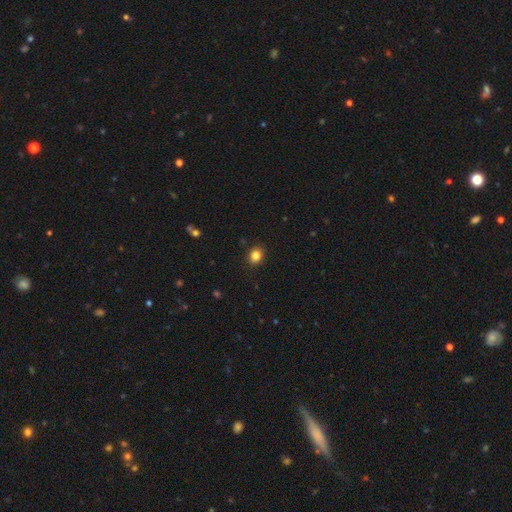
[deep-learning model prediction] smooth-or-featured: smooth: 84% | star or artifact: 11% | featured or disk: 6%
  how-rounded: round: 56% | in between: 43% | cigar-shaped: 1%
  merging: none: 89% | minor disturbance: 8% | major disturbance: 2% | merger: 1%